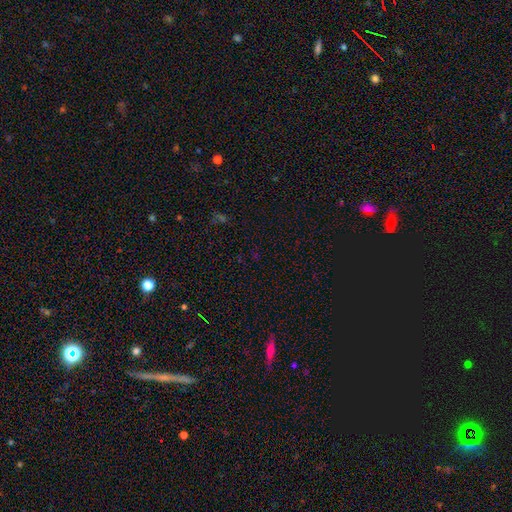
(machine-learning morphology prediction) A star or artifact, not a galaxy (68%).